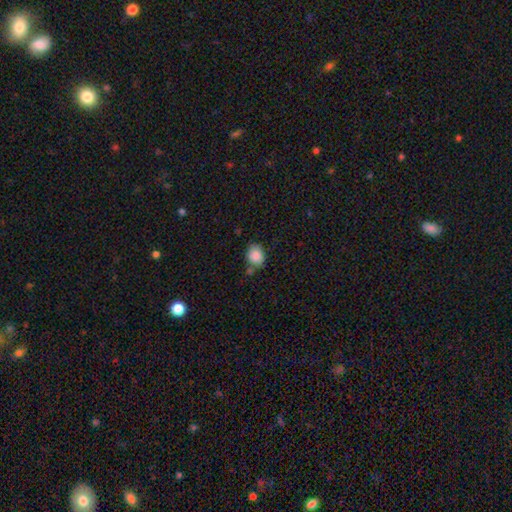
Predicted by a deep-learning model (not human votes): Smooth or featured? smooth (87%)
How rounded? round (59%)
Merging? none (68%)